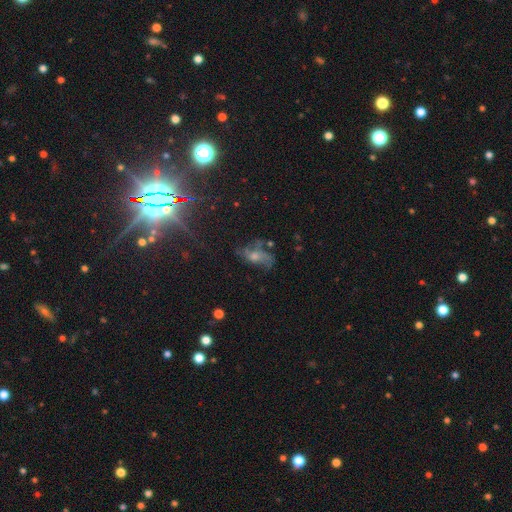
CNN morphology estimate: This is possibly a featured or disk galaxy (57%). It is clearly not viewed edge-on (92%). Bar: likely no (74%). Spiral arm pattern: likely yes (69%). Central bulge: possibly moderate (48%). Merging: marginally none (43%).